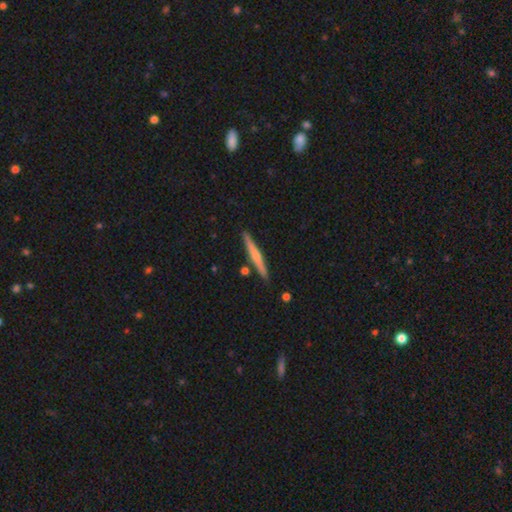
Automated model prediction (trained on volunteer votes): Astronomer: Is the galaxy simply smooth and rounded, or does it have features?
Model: featured or disk — 52% (runner-up: smooth, 43%).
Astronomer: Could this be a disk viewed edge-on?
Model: yes — 97%.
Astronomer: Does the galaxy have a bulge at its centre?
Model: rounded — 59%.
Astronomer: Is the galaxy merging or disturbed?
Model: none — 88%.